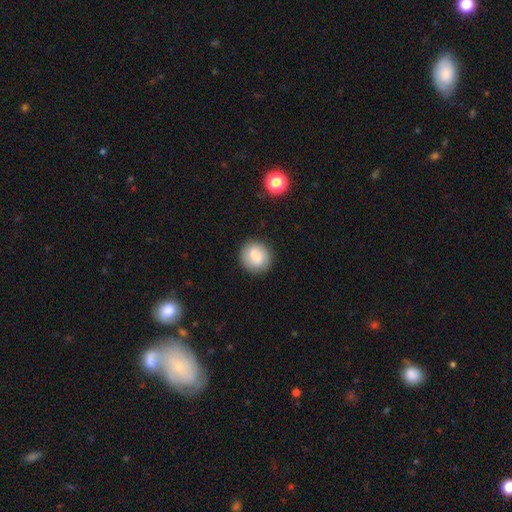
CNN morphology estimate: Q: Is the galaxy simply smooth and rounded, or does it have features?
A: smooth — 72%.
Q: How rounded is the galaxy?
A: round — 87%.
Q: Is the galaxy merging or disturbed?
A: none — 89%.